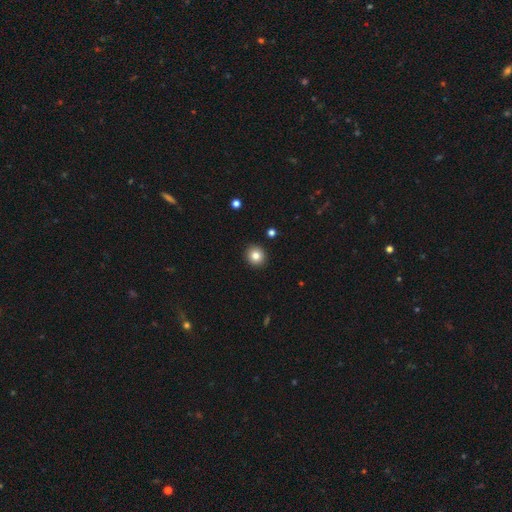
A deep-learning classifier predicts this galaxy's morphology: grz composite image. It shows a smooth galaxy with no disk features (83%) that is round (89%). Merging: none (92%).